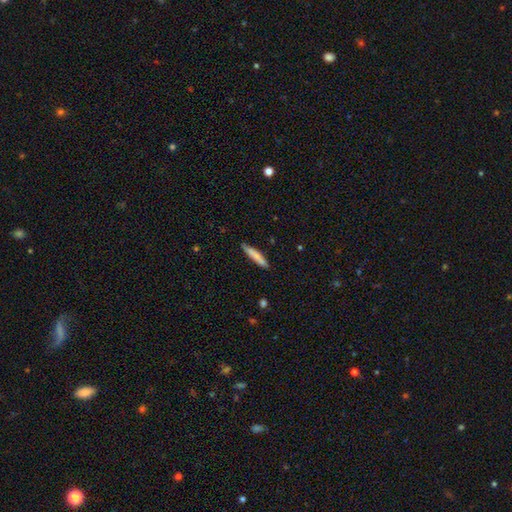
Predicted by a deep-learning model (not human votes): Smooth or featured?
  - smooth: 77% *
  - featured or disk: 17%
  - star or artifact: 6%
How rounded?
  - cigar-shaped: 91% *
  - in between: 8%
  - round: 1%
Merging?
  - none: 85% *
  - minor disturbance: 12%
  - major disturbance: 2%
  - merger: 1%